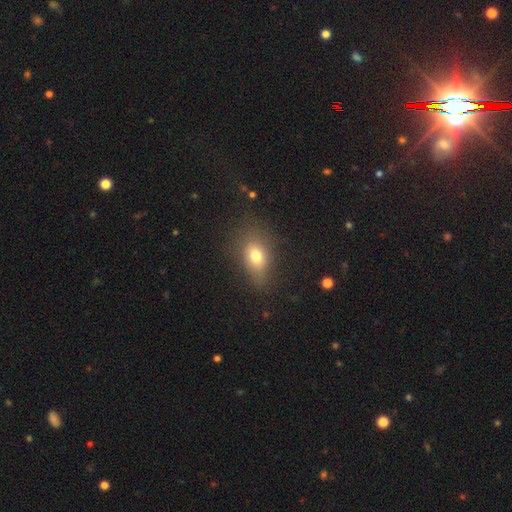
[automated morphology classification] smooth 74%, featured or disk 14%, star or artifact 12%. Down the decision tree: how rounded — in between (79%); merging — none (66%).